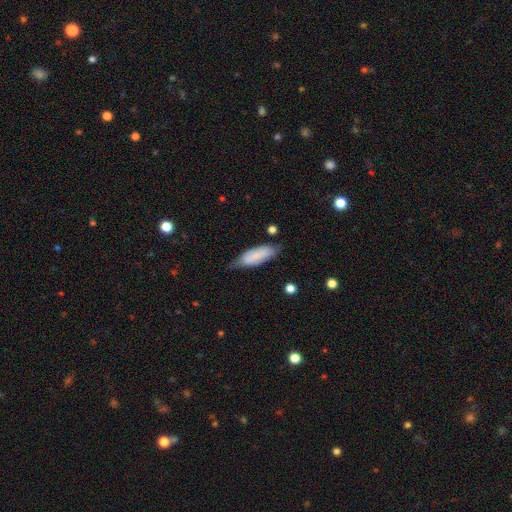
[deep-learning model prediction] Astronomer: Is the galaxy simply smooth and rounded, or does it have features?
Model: smooth — 70%.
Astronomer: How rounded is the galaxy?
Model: in between — 65%.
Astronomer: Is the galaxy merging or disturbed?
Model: none — 61%.